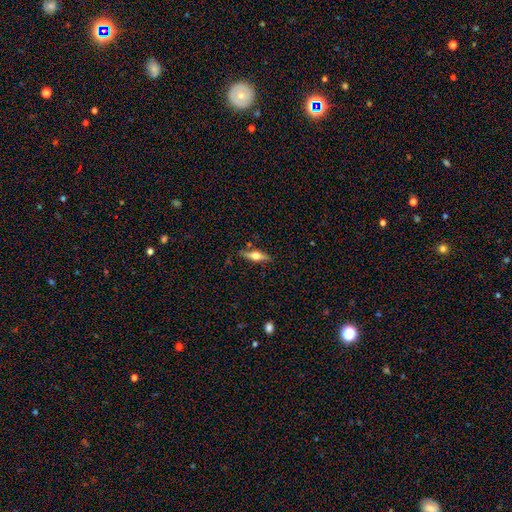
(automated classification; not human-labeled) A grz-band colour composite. It shows a featured or disk galaxy (60%) viewed edge-on (95%) with a rounded central bulge (95%). Merging: none (83%).